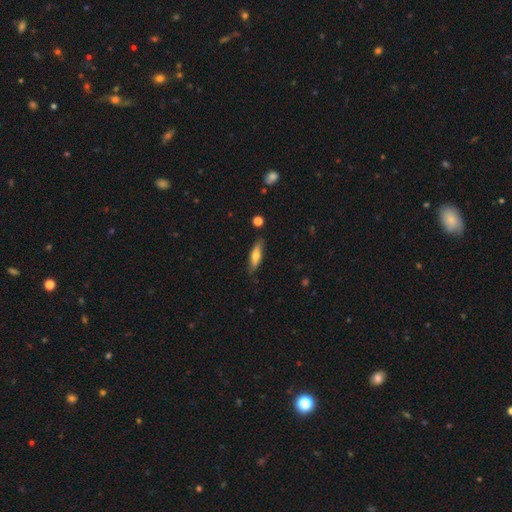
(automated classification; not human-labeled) smooth 63%, featured or disk 30%, star or artifact 6%. Down the decision tree: how rounded — cigar-shaped (55%); merging — none (80%).